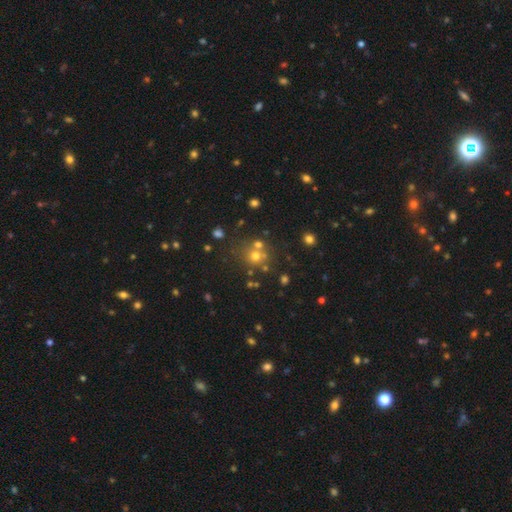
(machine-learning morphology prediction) A smooth galaxy with no disk features (63%) that is round (85%).

Vote fractions:
- Smooth or featured? smooth: 63% / star or artifact: 23% / featured or disk: 14%
- How rounded? round: 85% / in between: 14% / cigar-shaped: 1%
- Merging? none: 60% / merger: 26% / minor disturbance: 10% / major disturbance: 5%